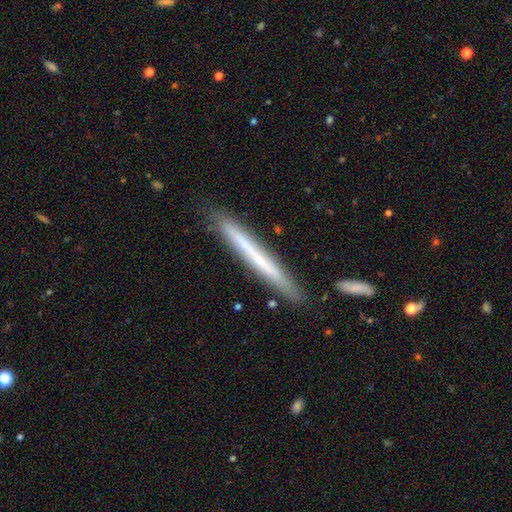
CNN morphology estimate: Overall: featured or disk (48%; smooth 46%). Merging: none (86%).